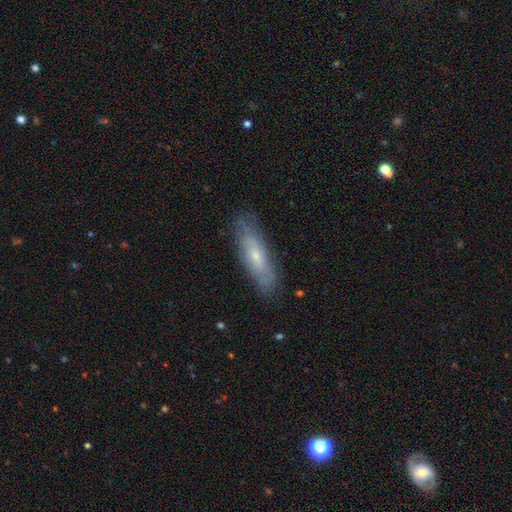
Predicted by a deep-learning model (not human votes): Smooth or featured? smooth (48%)
Merging? none (80%)